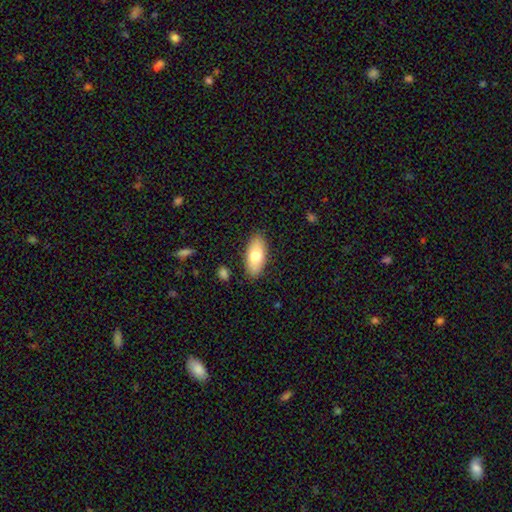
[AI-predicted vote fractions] Overall: smooth (75%). How rounded: in between (88%). Merging: none (87%).